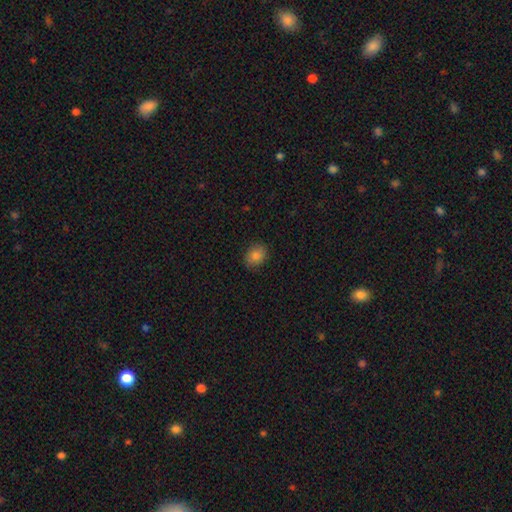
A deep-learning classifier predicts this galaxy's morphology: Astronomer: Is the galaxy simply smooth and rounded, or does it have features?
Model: smooth — 83%.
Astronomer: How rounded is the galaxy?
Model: in between — 54% (runner-up: round, 45%).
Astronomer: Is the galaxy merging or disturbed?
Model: none — 85%.